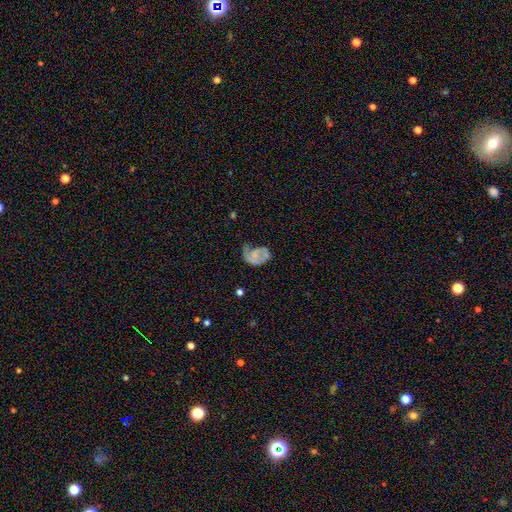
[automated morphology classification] A featured or disk galaxy (57%) with no bar (78%), spiral arms (65%) and no central bulge (55%).

Vote fractions:
- Smooth or featured? featured or disk: 57% / smooth: 34% / star or artifact: 9%
- Edge-on disk? no: 98% / yes: 2%
- Bar? no: 78% / weak: 18% / strong: 4%
- Spiral arms? yes: 65% / no: 35%
- Bulge size? none: 55% / small: 25% / moderate: 15% / large: 4% / dominant: 2%
- Merging? major disturbance: 38% / none: 29% / minor disturbance: 29% / merger: 4%